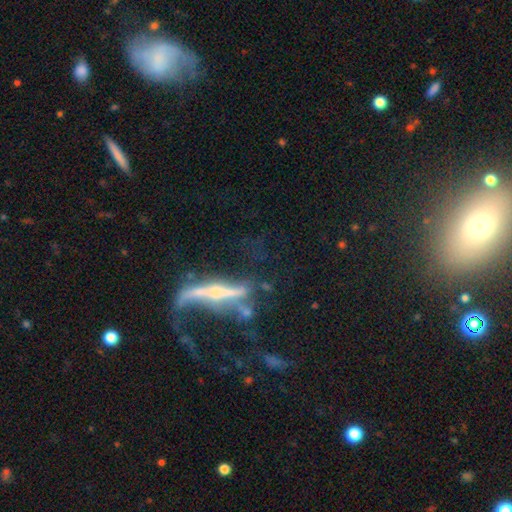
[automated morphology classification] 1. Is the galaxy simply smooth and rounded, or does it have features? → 68% featured or disk, 18% smooth, 14% star or artifact.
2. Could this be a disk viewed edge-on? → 59% yes, 41% no.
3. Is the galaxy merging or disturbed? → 37% major disturbance, 32% none, 18% minor disturbance, 13% merger.